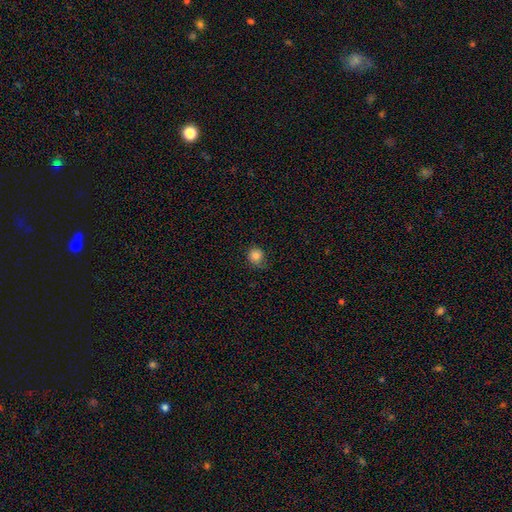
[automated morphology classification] Smooth or featured? Predicted: smooth (p=0.84). How rounded? Predicted: round (p=0.88). Merging? Predicted: none (p=0.70).